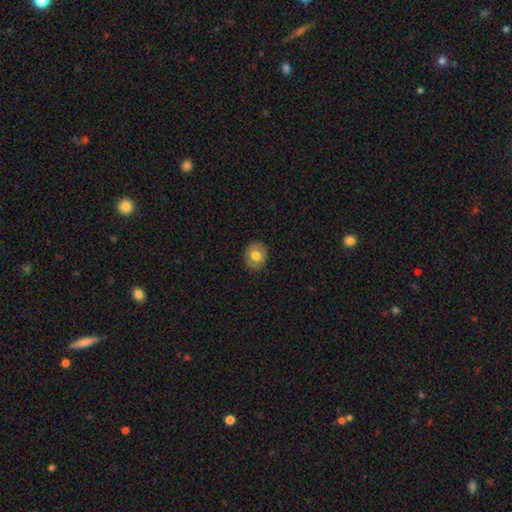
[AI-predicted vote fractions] Smooth or featured?
  - smooth: 71% *
  - featured or disk: 21%
  - star or artifact: 8%
How rounded?
  - round: 67% *
  - in between: 32%
  - cigar-shaped: 1%
Merging?
  - none: 88% *
  - minor disturbance: 9%
  - major disturbance: 2%
  - merger: 1%